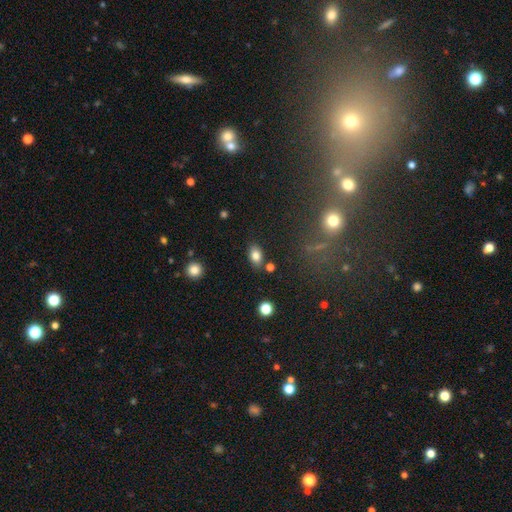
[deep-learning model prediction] A smooth galaxy with no disk features (81%) that is in between round and cigar-shaped (86%). Merging: none (82%).